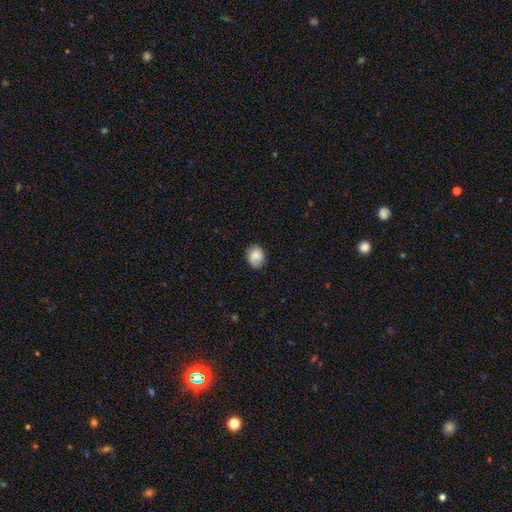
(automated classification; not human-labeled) This appears to be a smooth galaxy with no disk features (74%) that is in between round and cigar-shaped (52%). Merging: none (72%).